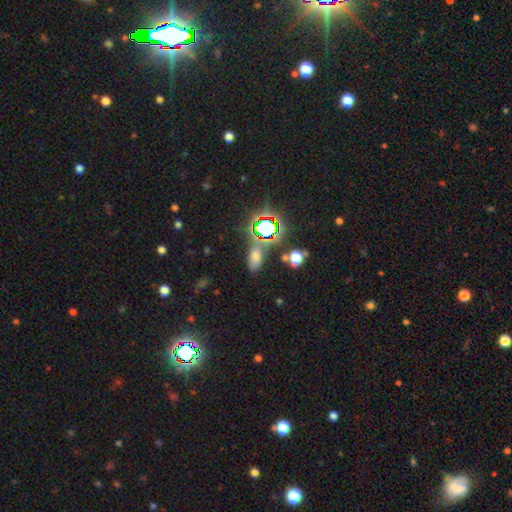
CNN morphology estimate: A smooth galaxy with no disk features (47%). Merging: none (71%).